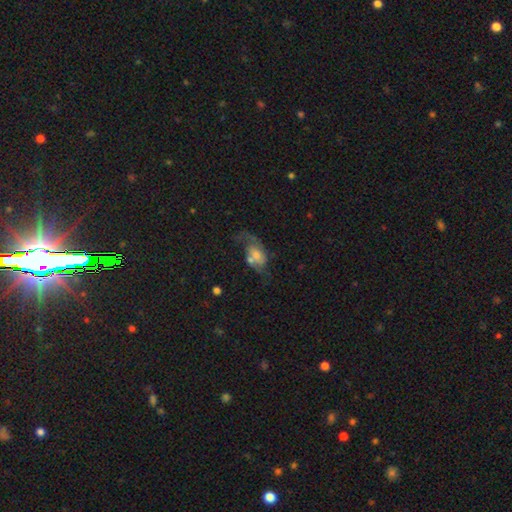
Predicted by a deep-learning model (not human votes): Smooth or featured? featured or disk (60%)
Edge-on disk? no (95%)
Bar? no (61%)
Spiral arms? yes (82%)
Bulge size? moderate (42%)
Merging? none (34%)